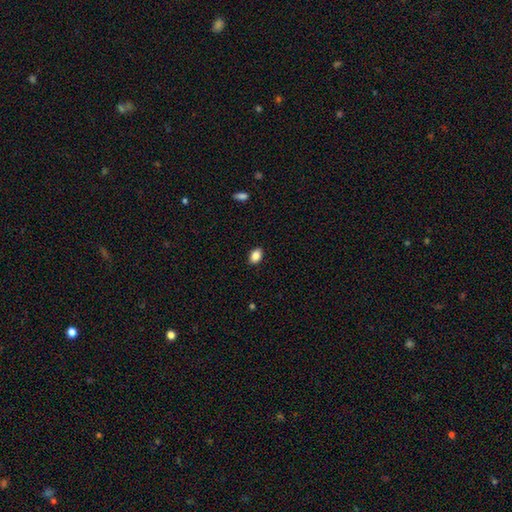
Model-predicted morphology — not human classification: Q: Smooth or featured?
A: smooth (87%); runner-up: star or artifact (8%)
Q: How rounded?
A: in between (83%); runner-up: round (16%)
Q: Merging?
A: none (89%); runner-up: minor disturbance (8%)